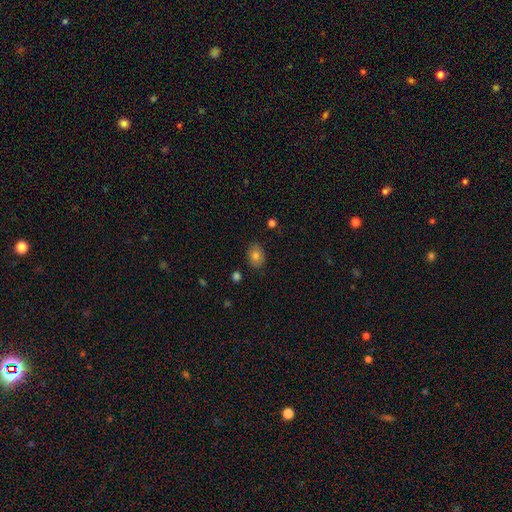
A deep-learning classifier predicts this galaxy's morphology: smooth 81%, star or artifact 10%, featured or disk 9%. Down the decision tree: how rounded — in between (67%); merging — none (85%).